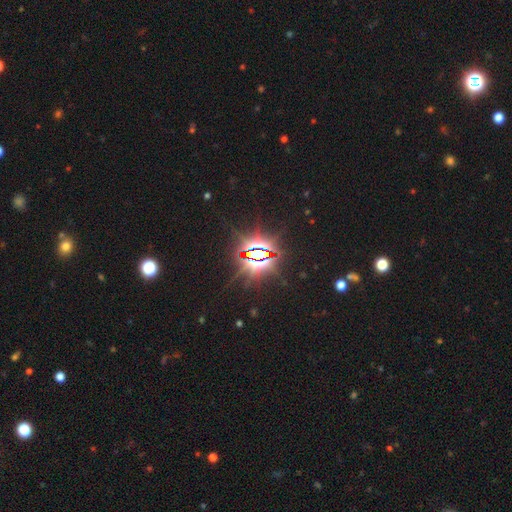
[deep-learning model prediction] The model was most divided on "smooth or featured": star or artifact: 84%, featured or disk: 9%, smooth: 7%.